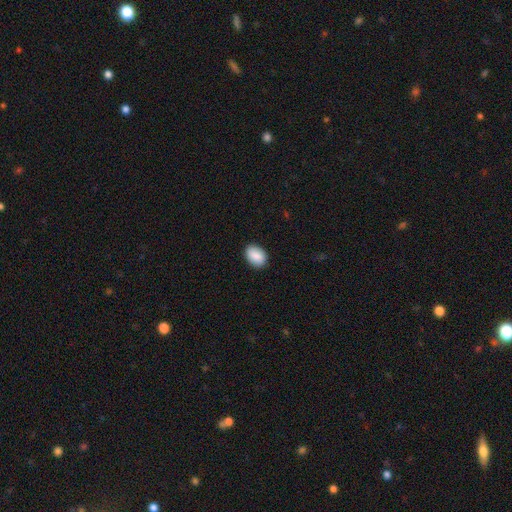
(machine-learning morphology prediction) This is clearly a smooth galaxy (89%). How rounded: likely in between (78%). Merging: clearly none (88%).